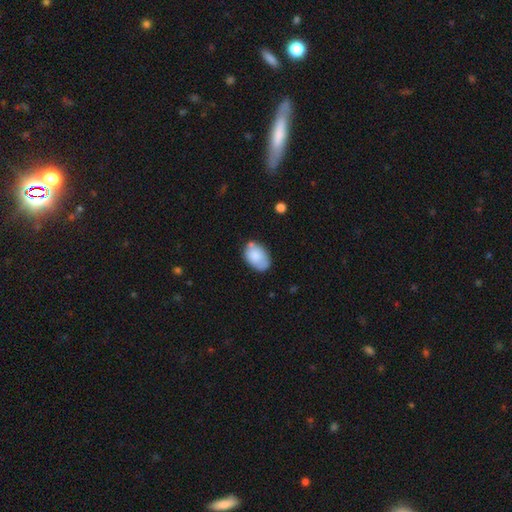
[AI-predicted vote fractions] Q: Smooth or featured?
A: smooth (81%); runner-up: featured or disk (13%)
Q: How rounded?
A: in between (89%); runner-up: round (10%)
Q: Merging?
A: none (65%); runner-up: minor disturbance (24%)